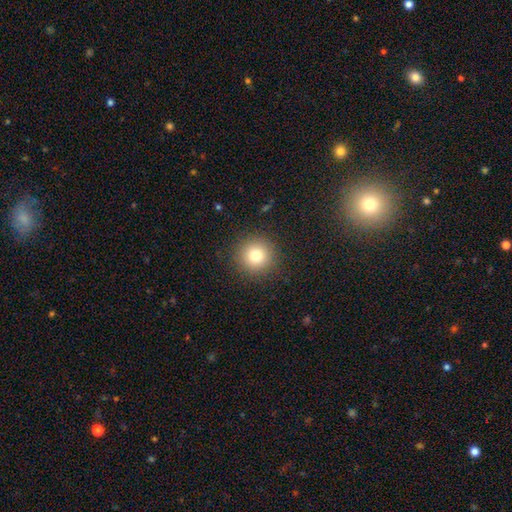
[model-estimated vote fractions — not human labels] This is likely a smooth galaxy (78%). How rounded: clearly round (95%). Merging: clearly none (91%).